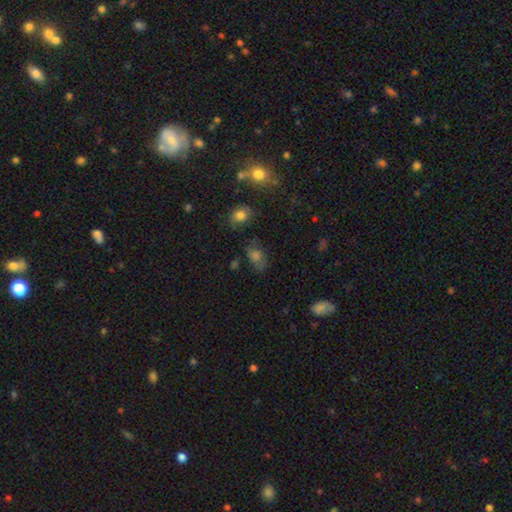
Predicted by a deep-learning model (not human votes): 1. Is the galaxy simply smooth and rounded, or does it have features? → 60% smooth, 23% star or artifact, 17% featured or disk.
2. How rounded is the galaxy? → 75% in between, 22% round, 3% cigar-shaped.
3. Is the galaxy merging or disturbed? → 65% none, 21% minor disturbance, 9% major disturbance, 5% merger.